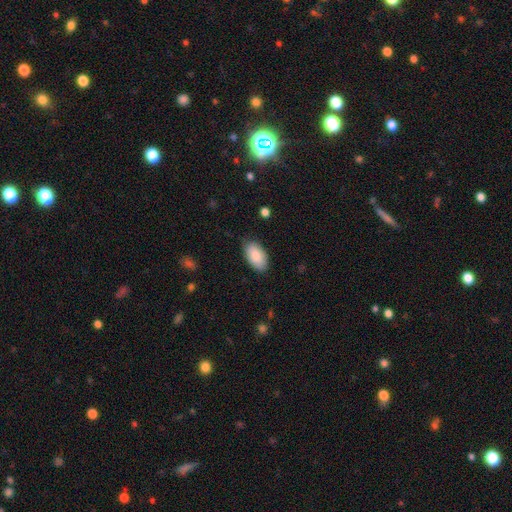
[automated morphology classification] type=smooth (87%); roundness=in between (95%); merging=none (82%).